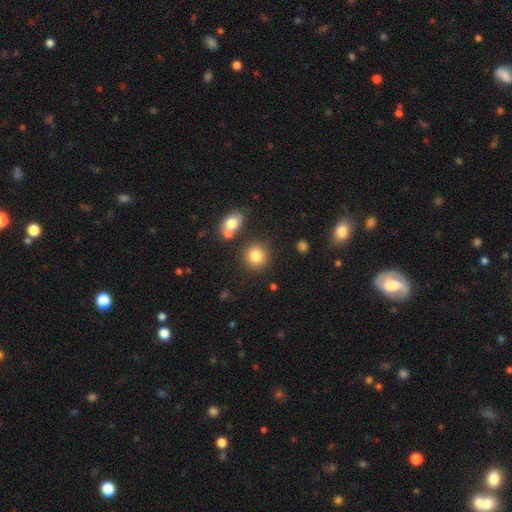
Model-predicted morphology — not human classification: Smooth or featured? smooth (82%)
How rounded? round (90%)
Merging? none (81%)